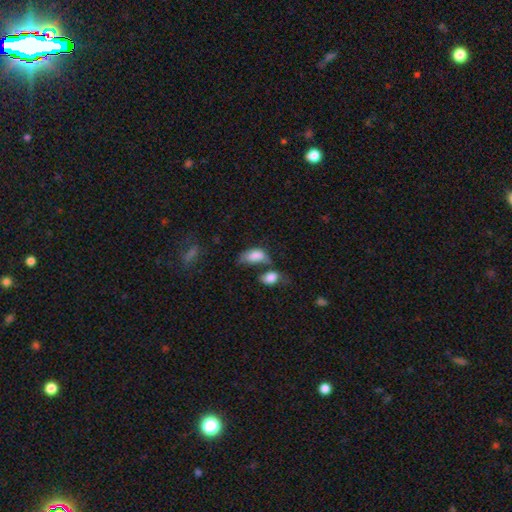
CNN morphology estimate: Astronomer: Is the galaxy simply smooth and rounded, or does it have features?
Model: smooth — 80%.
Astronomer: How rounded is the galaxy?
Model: in between — 91%.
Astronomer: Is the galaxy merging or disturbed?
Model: merger — 40% (runner-up: none, 22%).